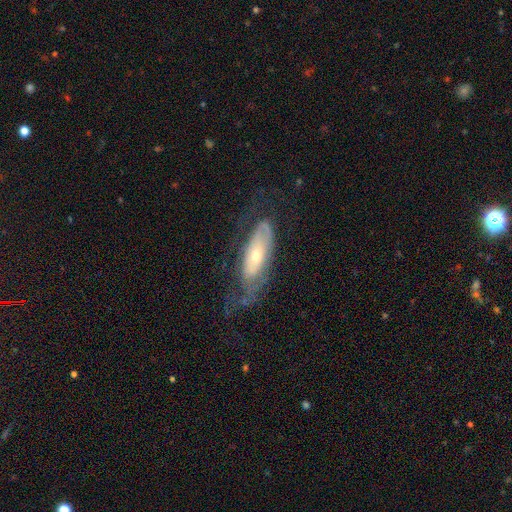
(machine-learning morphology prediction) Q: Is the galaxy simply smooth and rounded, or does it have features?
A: featured or disk — 64%.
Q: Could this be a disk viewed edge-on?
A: no — 78%.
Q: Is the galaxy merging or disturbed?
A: none — 49%.